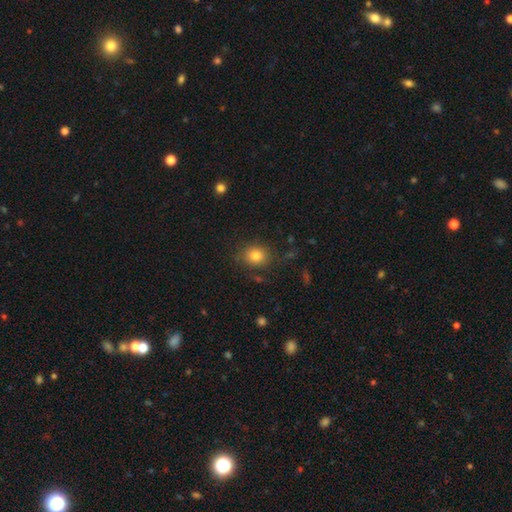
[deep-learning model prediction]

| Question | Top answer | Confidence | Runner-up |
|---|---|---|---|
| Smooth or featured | smooth | 81% | star or artifact (11%) |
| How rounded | round | 67% | in between (33%) |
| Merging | none | 81% | minor disturbance (13%) |